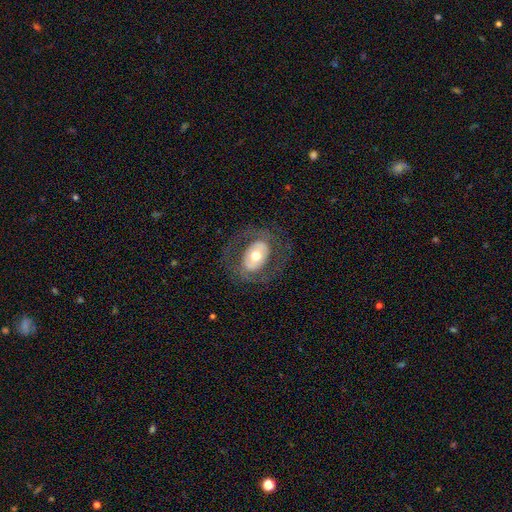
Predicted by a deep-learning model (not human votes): Smooth or featured: featured or disk — 56% (smooth — 37%)
Edge-on disk: no — 93% (yes — 7%)
Bar: no — 72% (weak — 18%)
Spiral arms: no — 69% (yes — 31%)
Bulge size: moderate — 69% (large — 17%)
Merging: none — 73% (major disturbance — 13%)